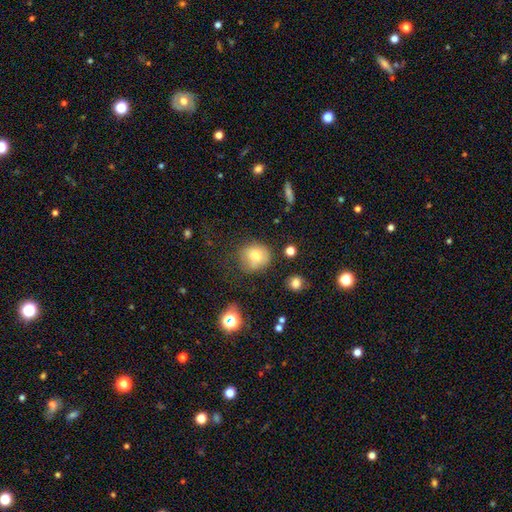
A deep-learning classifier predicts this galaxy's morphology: A smooth galaxy with no disk features (75%) that is round (77%). Merging: none (56%).